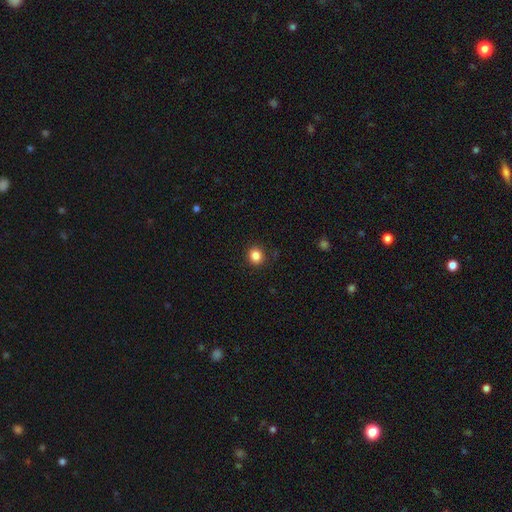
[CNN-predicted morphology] Smooth or featured? smooth (84%)
How rounded? round (86%)
Merging? none (90%)